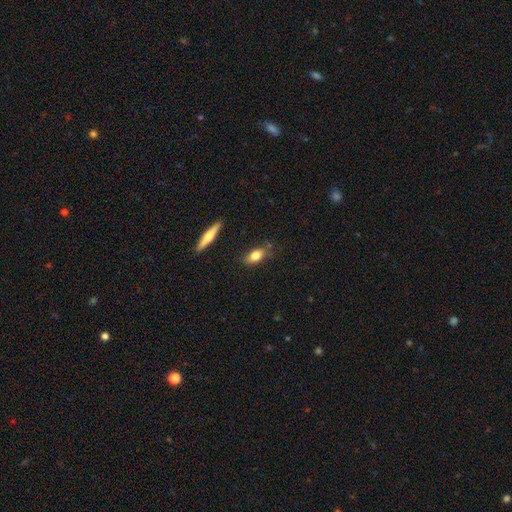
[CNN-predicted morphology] Q: Smooth or featured?
A: smooth (76%); runner-up: featured or disk (16%)
Q: How rounded?
A: in between (75%); runner-up: cigar-shaped (16%)
Q: Merging?
A: none (73%); runner-up: minor disturbance (19%)